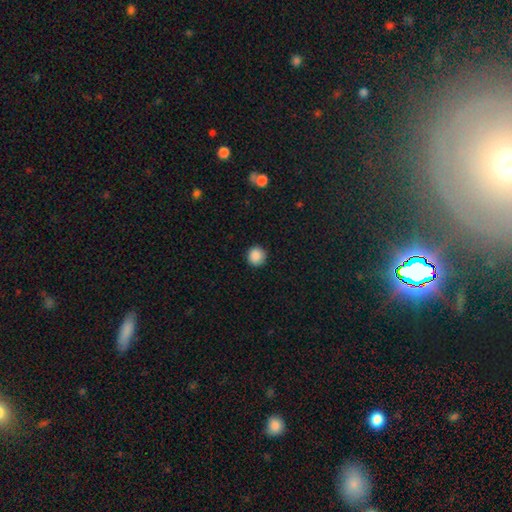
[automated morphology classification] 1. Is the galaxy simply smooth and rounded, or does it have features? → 89% smooth, 9% star or artifact, 3% featured or disk.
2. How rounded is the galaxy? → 93% round, 6% in between, 1% cigar-shaped.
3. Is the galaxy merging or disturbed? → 92% none, 6% minor disturbance, 2% major disturbance, 1% merger.